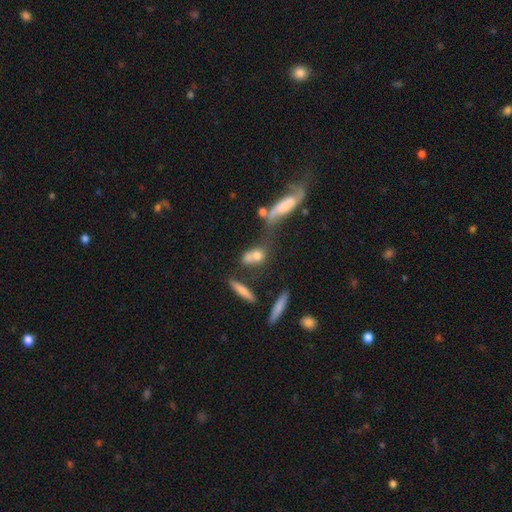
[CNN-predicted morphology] type=smooth (69%); roundness=in between (55%); merging=merger (45%).